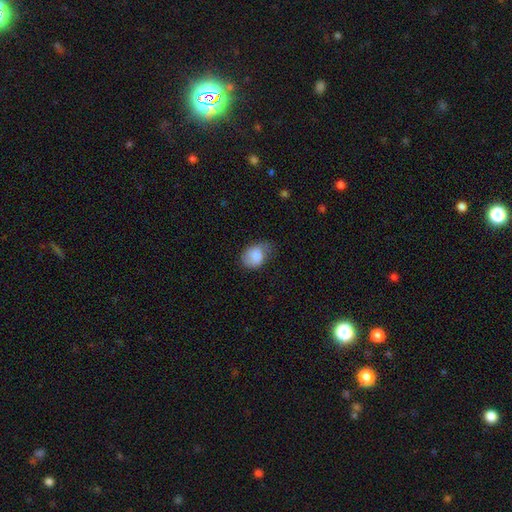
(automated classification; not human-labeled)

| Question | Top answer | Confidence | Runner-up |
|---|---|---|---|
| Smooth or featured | smooth | 80% | featured or disk (13%) |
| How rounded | in between | 70% | round (29%) |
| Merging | none | 41% | tied: minor disturbance (41%) |